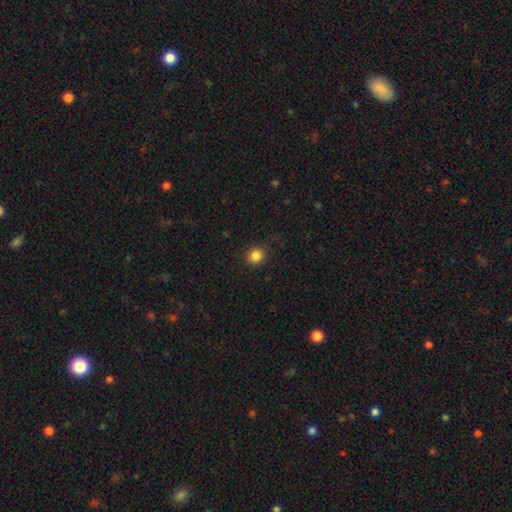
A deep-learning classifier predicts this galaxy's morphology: The model was most divided on "how rounded": round: 81%, in between: 18%, cigar-shaped: 1%. More confident: merging — none (87%); smooth or featured — smooth (85%).